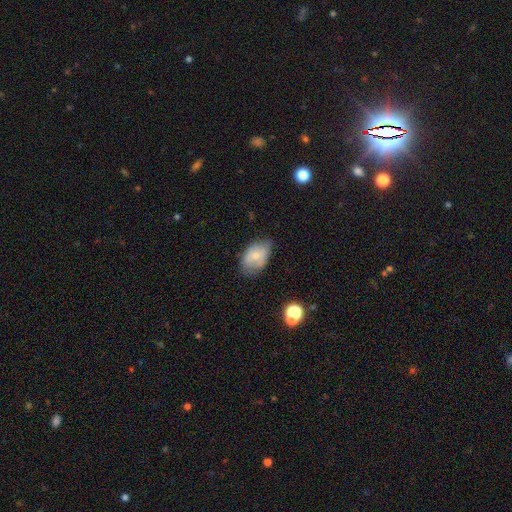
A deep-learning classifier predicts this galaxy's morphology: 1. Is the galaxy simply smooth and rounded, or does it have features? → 67% smooth, 24% featured or disk, 8% star or artifact.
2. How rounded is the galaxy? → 87% in between, 11% round, 1% cigar-shaped.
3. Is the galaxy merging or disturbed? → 58% none, 32% minor disturbance, 8% major disturbance, 2% merger.